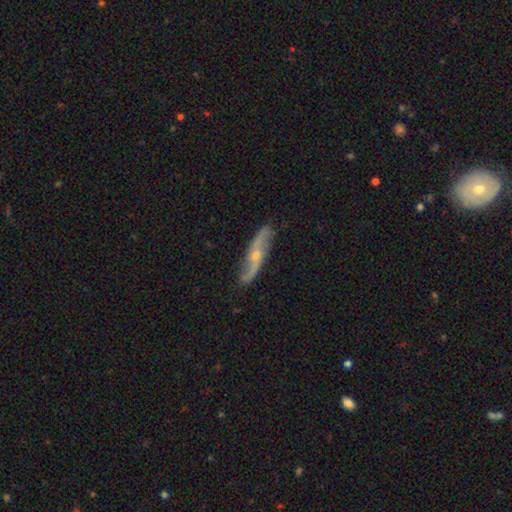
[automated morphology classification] Overall: featured or disk (82%). Edge-on disk: no (75%). Bar: no (61%; weak 27%). Spiral arms: yes (93%). Spiral arm count: 2 (92%). Spiral winding: loose (73%). Bulge size: small (56%; moderate 39%). Merging: none (81%).